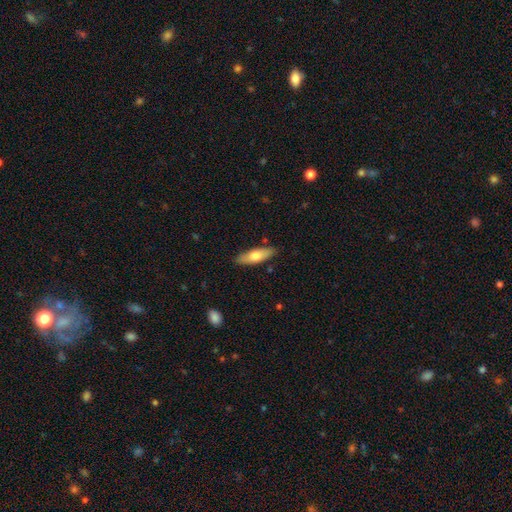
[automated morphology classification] Q: Smooth or featured?
A: smooth (68%); runner-up: featured or disk (27%)
Q: How rounded?
A: in between (56%); runner-up: cigar-shaped (41%)
Q: Merging?
A: none (86%); runner-up: minor disturbance (11%)